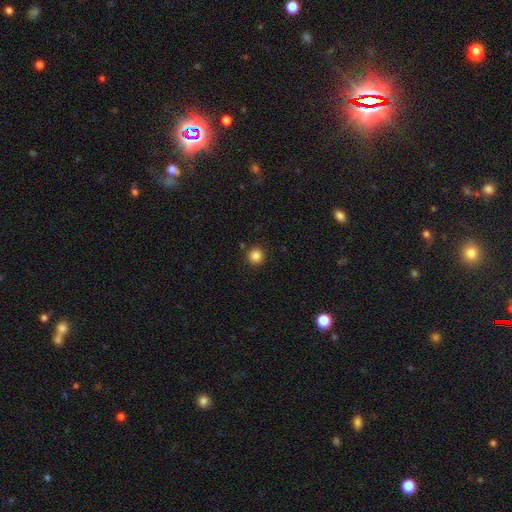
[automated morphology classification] smooth_or_featured: smooth (p=0.85) [alt: star or artifact p=0.12]
how_rounded: round (p=0.94) [alt: in between p=0.05]
merging: none (p=0.91) [alt: minor disturbance p=0.05]